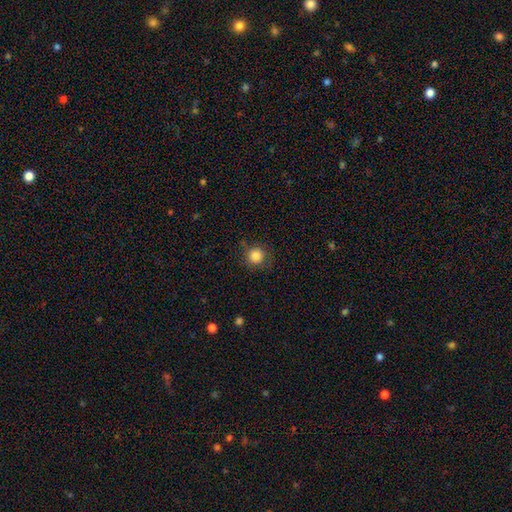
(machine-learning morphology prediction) The model was most divided on "merging": none: 82%, minor disturbance: 12%, major disturbance: 4%, merger: 2%. More confident: how rounded — round (94%); smooth or featured — smooth (85%).